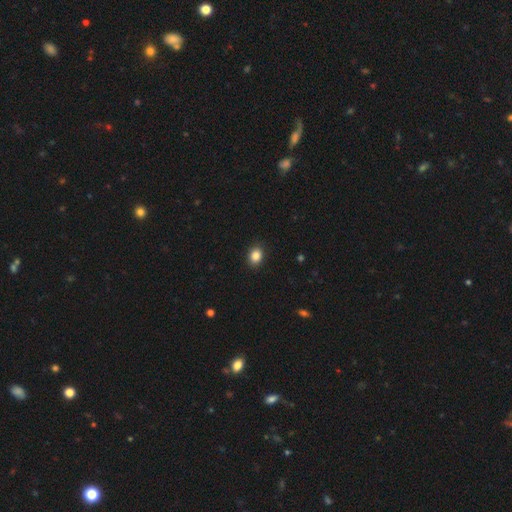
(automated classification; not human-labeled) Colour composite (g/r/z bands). It shows a smooth galaxy with no disk features (86%) that is in between round and cigar-shaped (55%). Merging: none (89%).